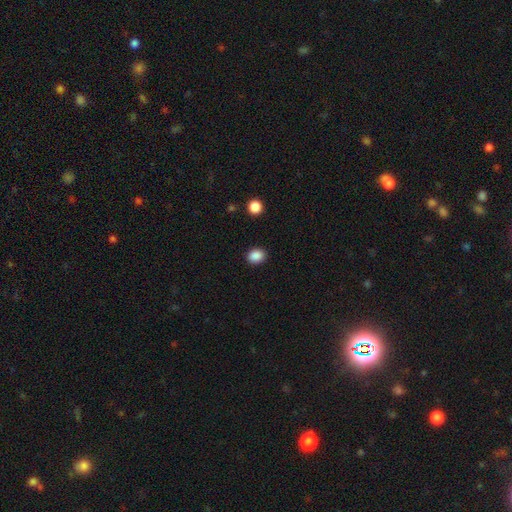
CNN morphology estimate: Smooth or featured?
  - smooth: 88% *
  - star or artifact: 9%
  - featured or disk: 3%
How rounded?
  - in between: 52% *
  - round: 48%
  - cigar-shaped: 1%
Merging?
  - none: 90% *
  - minor disturbance: 7%
  - major disturbance: 2%
  - merger: 1%